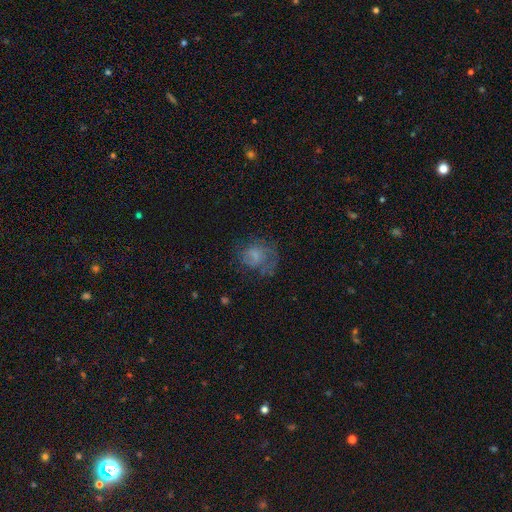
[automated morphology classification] smooth 48%, featured or disk 38%, star or artifact 14%. Down the decision tree: merging — none (49%).